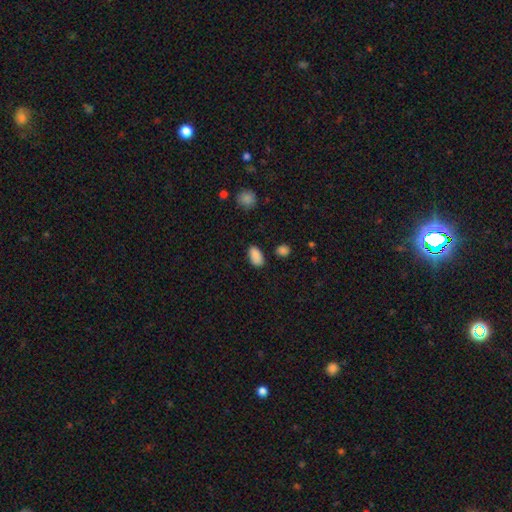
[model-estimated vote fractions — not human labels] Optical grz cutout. It shows a smooth galaxy with no disk features (88%) that is in between round and cigar-shaped (93%). Merging: none (80%).